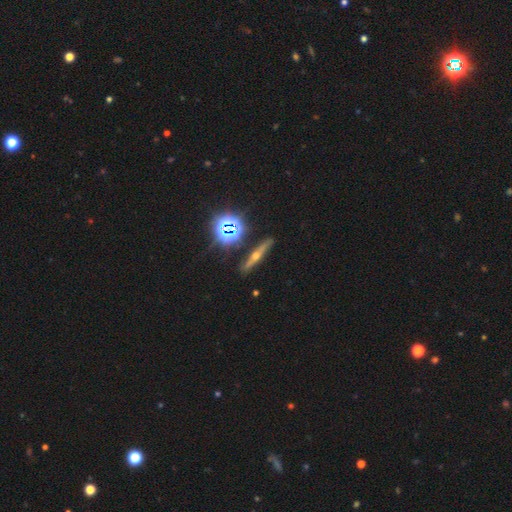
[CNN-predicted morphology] Smooth or featured? featured or disk (59%)
Edge-on disk? yes (92%)
Edge-on bulge? rounded (93%)
Merging? none (88%)